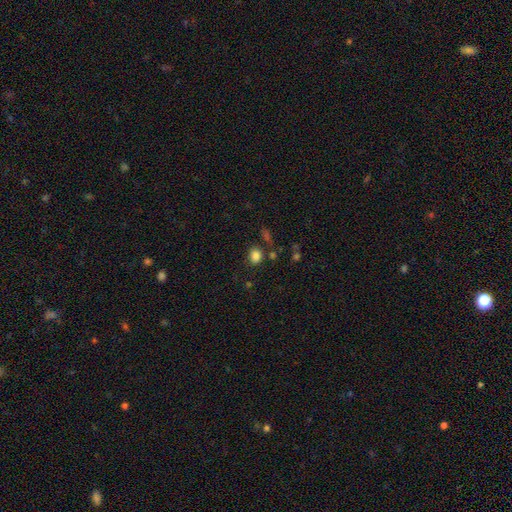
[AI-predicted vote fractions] The model was most divided on "how rounded": round: 51%, in between: 48%, cigar-shaped: 1%. More confident: smooth or featured — smooth (82%); merging — none (75%).